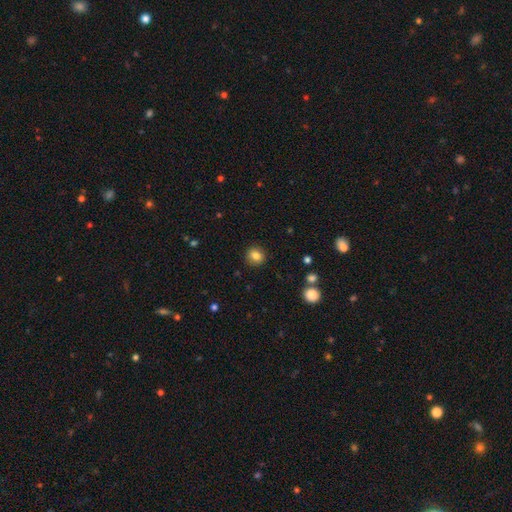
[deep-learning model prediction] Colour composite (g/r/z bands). It shows a smooth galaxy with no disk features (83%) that is round (81%). Merging: none (90%).